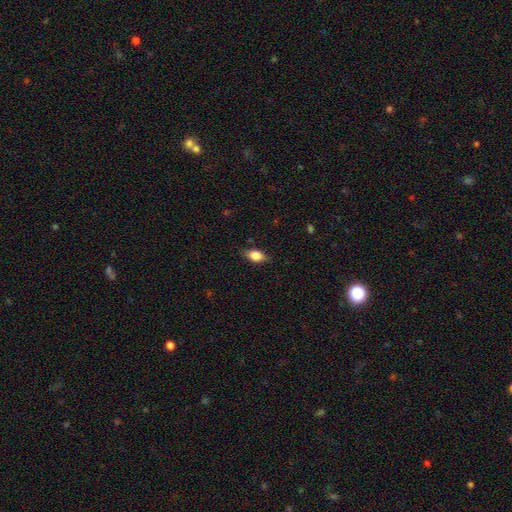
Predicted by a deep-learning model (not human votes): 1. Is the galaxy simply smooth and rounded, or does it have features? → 73% smooth, 19% featured or disk, 8% star or artifact.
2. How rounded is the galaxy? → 82% in between, 10% round, 9% cigar-shaped.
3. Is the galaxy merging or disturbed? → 80% none, 16% minor disturbance, 3% major disturbance, 1% merger.